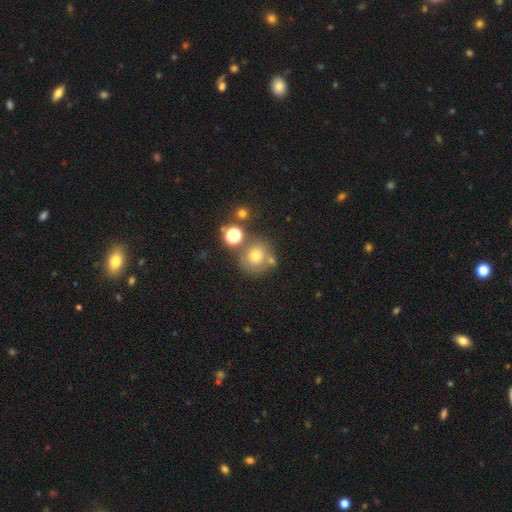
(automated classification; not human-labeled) Smooth or featured?
  - smooth: 66% *
  - featured or disk: 18%
  - star or artifact: 16%
How rounded?
  - round: 89% *
  - in between: 10%
  - cigar-shaped: 1%
Merging?
  - none: 63% *
  - merger: 18%
  - minor disturbance: 13%
  - major disturbance: 6%